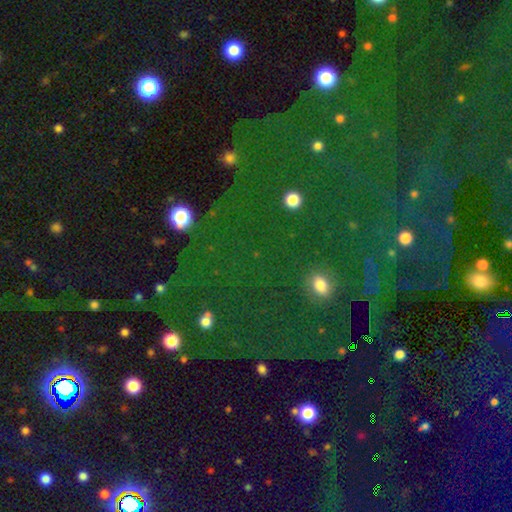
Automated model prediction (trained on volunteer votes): This appears to be a star or artifact, not a galaxy (77%).